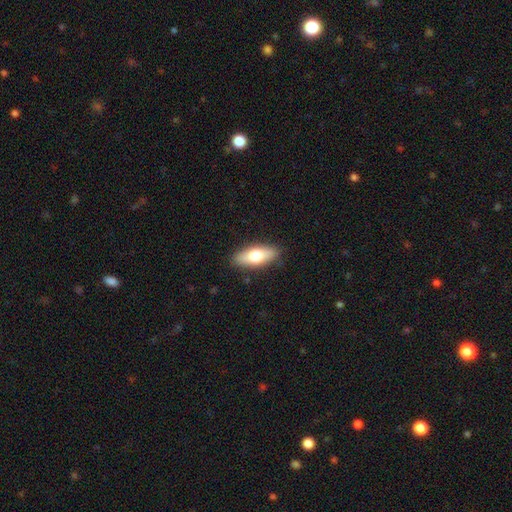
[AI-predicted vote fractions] Smooth or featured: smooth — 67% (featured or disk — 27%)
How rounded: in between — 71% (cigar-shaped — 26%)
Merging: none — 88% (minor disturbance — 9%)